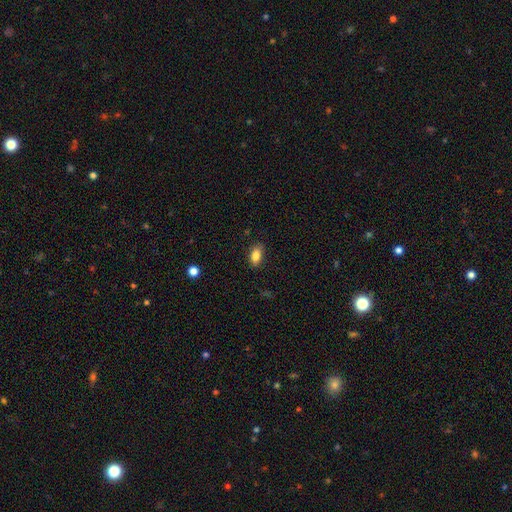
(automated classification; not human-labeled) smooth_or_featured: smooth (p=0.85) [alt: star or artifact p=0.09]
how_rounded: in between (p=0.88) [alt: round p=0.07]
merging: none (p=0.83) [alt: minor disturbance p=0.13]